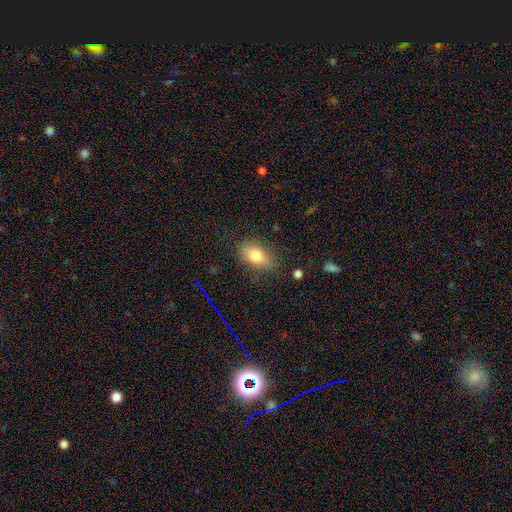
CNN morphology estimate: smooth_or_featured: smooth (p=0.79) [alt: featured or disk p=0.12]
how_rounded: in between (p=0.87) [alt: round p=0.10]
merging: none (p=0.78) [alt: minor disturbance p=0.16]